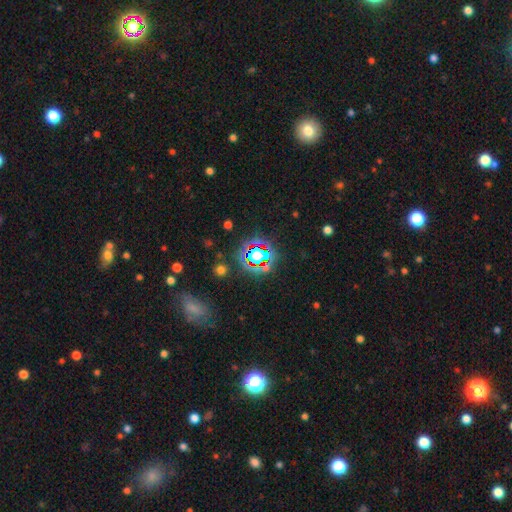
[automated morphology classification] A star or artifact, not a galaxy (62%).